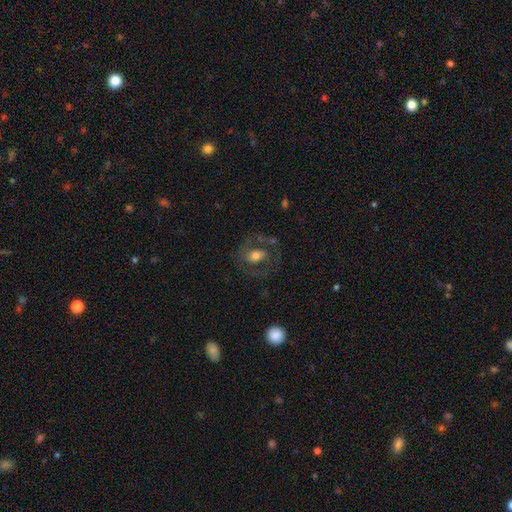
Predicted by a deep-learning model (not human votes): This appears to be a featured or disk galaxy (48%). Merging: none (60%).